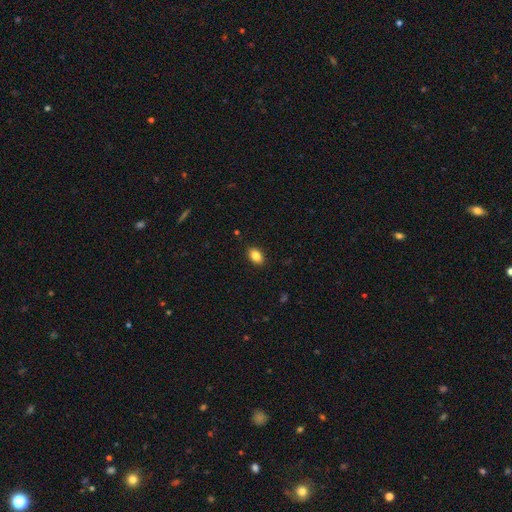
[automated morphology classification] Q: Smooth or featured?
A: smooth (86%); runner-up: star or artifact (9%)
Q: How rounded?
A: in between (85%); runner-up: round (14%)
Q: Merging?
A: none (89%); runner-up: minor disturbance (8%)